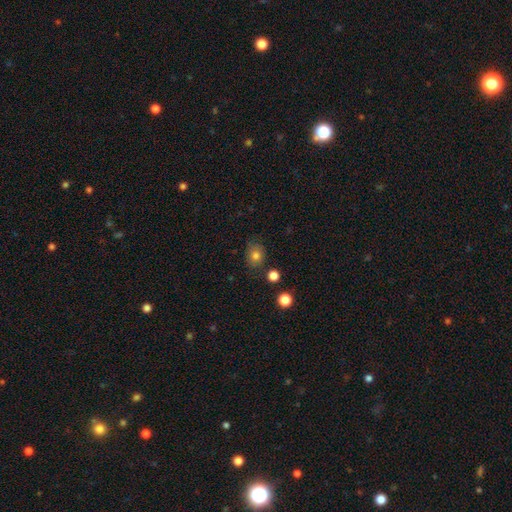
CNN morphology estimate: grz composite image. It shows a smooth galaxy with no disk features (80%) that is round (59%). Merging: none (77%).